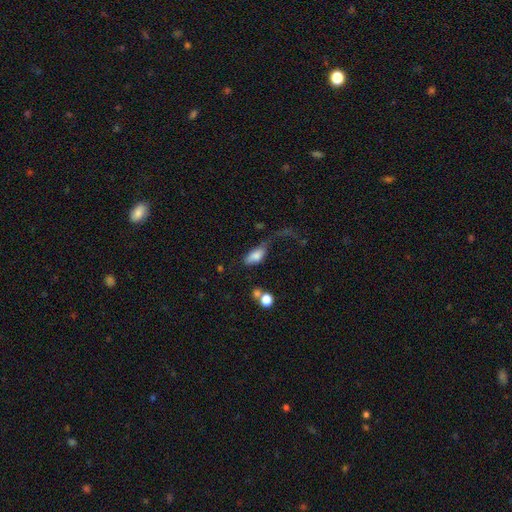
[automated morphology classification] This is likely a smooth galaxy (76%). How rounded: clearly in between (87%). Merging: possibly major disturbance (46%).